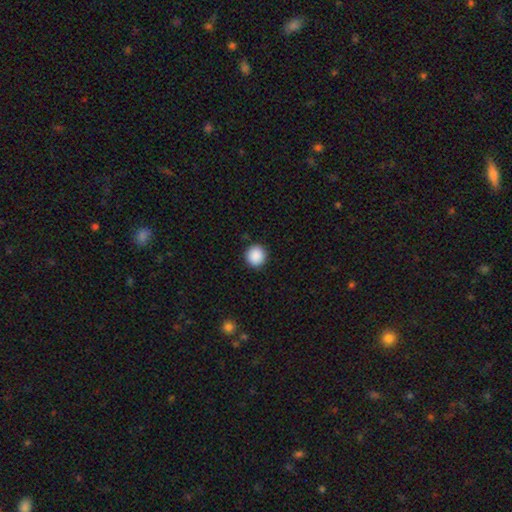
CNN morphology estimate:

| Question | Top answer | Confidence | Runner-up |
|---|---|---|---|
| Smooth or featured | smooth | 89% | star or artifact (8%) |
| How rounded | round | 95% | in between (4%) |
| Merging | none | 92% | minor disturbance (5%) |